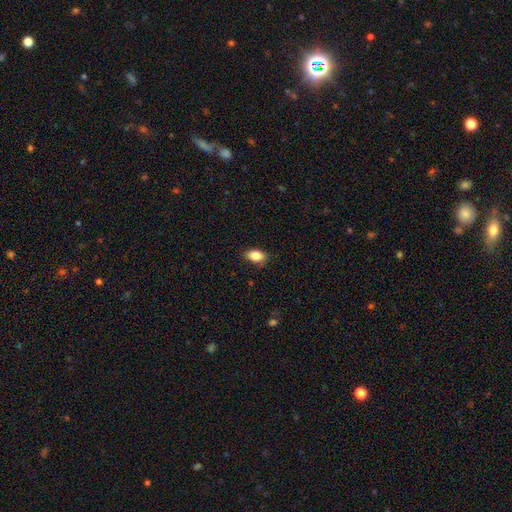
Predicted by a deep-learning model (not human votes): Overall: smooth (84%). How rounded: in between (89%). Merging: none (83%).